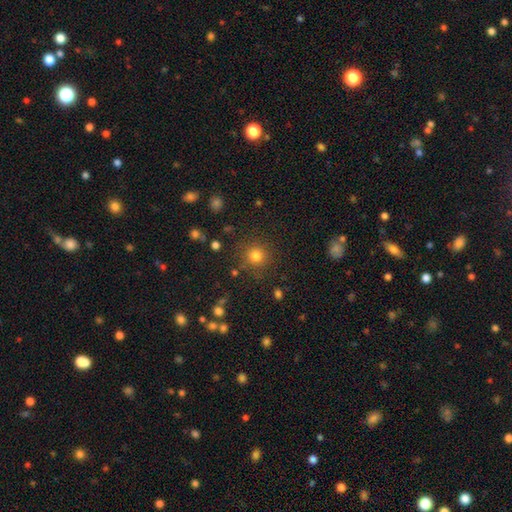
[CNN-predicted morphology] smooth-or-featured: smooth: 79% | star or artifact: 15% | featured or disk: 6%
  how-rounded: round: 93% | in between: 6% | cigar-shaped: 1%
  merging: none: 85% | minor disturbance: 8% | major disturbance: 4% | merger: 3%